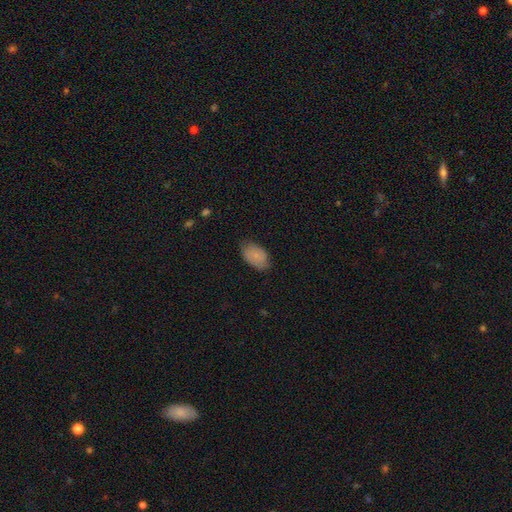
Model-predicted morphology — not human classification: A smooth galaxy with no disk features (79%) that is in between round and cigar-shaped (91%).

Vote fractions:
- Smooth or featured? smooth: 79% / featured or disk: 15% / star or artifact: 7%
- How rounded? in between: 91% / round: 7% / cigar-shaped: 1%
- Merging? none: 71% / minor disturbance: 24% / major disturbance: 5% / merger: 1%